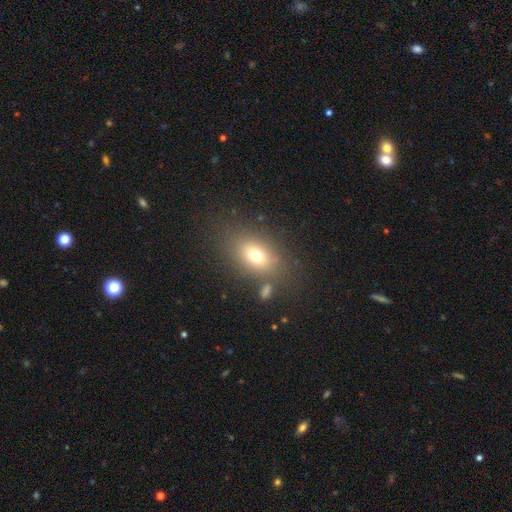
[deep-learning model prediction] smooth_or_featured: smooth (p=0.72) [alt: featured or disk p=0.15]
how_rounded: in between (p=0.77) [alt: round p=0.21]
merging: none (p=0.74) [alt: minor disturbance p=0.12]